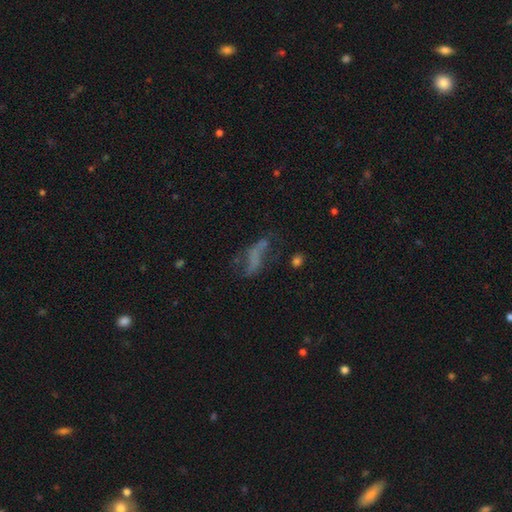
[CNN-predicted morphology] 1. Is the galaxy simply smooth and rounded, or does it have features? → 46% featured or disk, 33% smooth, 21% star or artifact.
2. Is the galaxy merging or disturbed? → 40% none, 33% major disturbance, 20% minor disturbance, 8% merger.